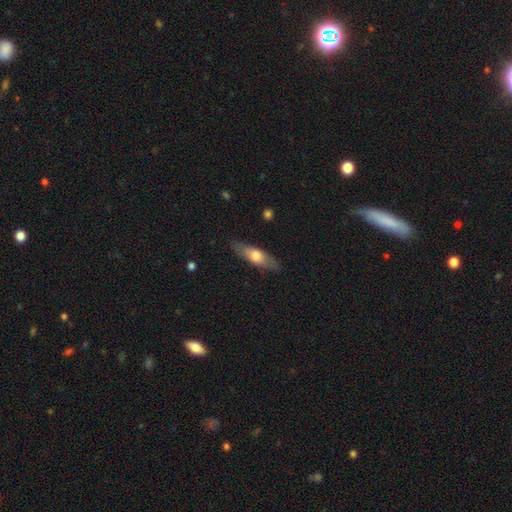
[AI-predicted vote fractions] Smooth or featured: smooth — 60% (featured or disk — 35%)
How rounded: in between — 50% (cigar-shaped — 47%)
Merging: none — 84% (minor disturbance — 12%)